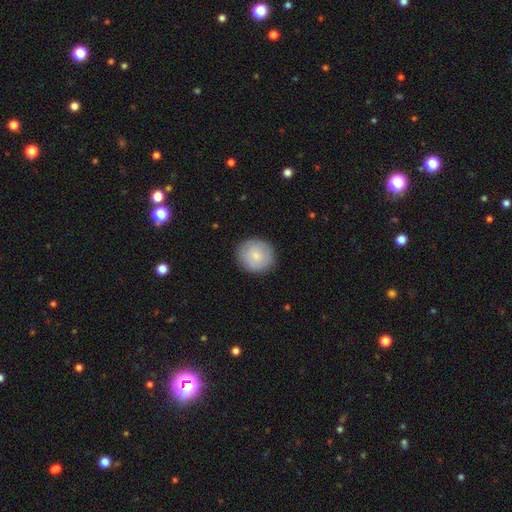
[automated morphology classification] Q: Smooth or featured?
A: smooth (76%); runner-up: featured or disk (18%)
Q: How rounded?
A: round (87%); runner-up: in between (12%)
Q: Merging?
A: none (87%); runner-up: minor disturbance (10%)